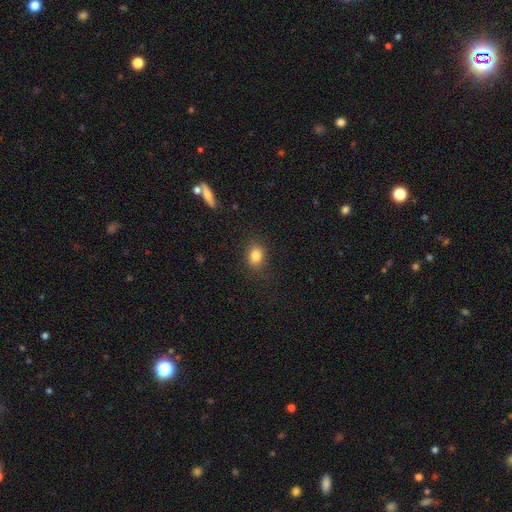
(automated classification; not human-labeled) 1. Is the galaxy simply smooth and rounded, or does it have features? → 83% smooth, 11% star or artifact, 6% featured or disk.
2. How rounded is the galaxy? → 54% in between, 45% round, 1% cigar-shaped.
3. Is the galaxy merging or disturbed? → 86% none, 10% minor disturbance, 3% major disturbance, 1% merger.